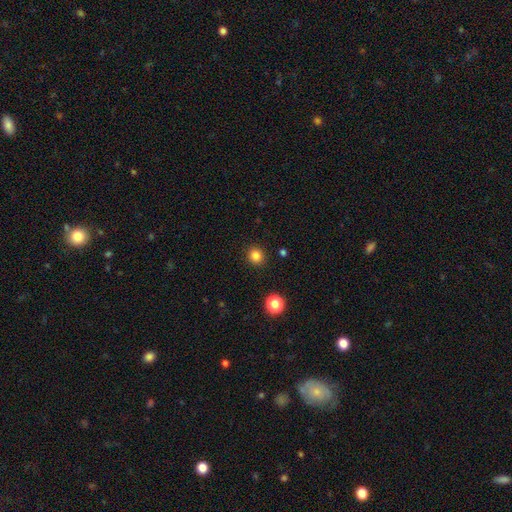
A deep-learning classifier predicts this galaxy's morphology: A smooth galaxy with no disk features (83%) that is round (90%). Merging: none (91%).